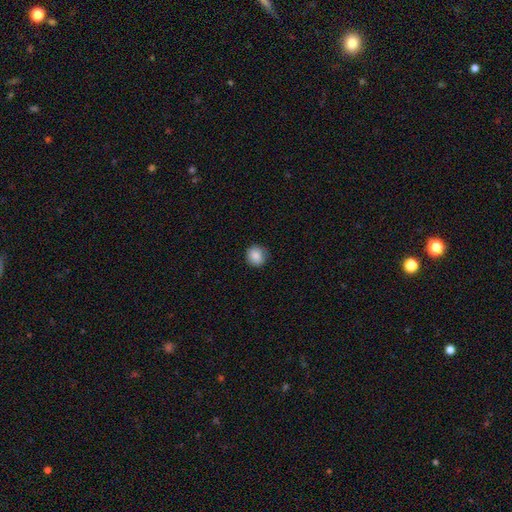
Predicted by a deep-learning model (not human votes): Overall: smooth (87%). How rounded: round (92%). Merging: none (85%).